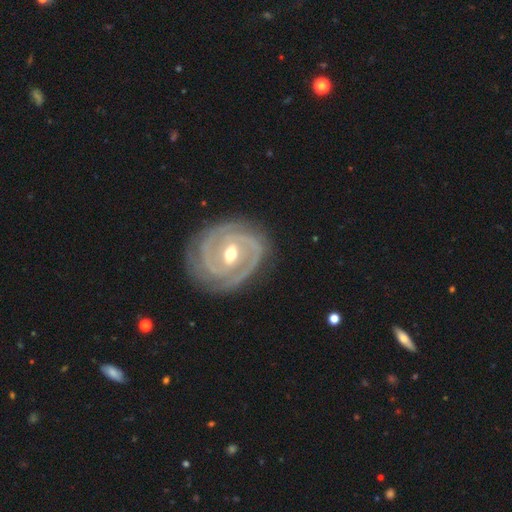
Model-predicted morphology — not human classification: Smooth or featured?
  - featured or disk: 88% *
  - star or artifact: 6%
  - smooth: 6%
Edge-on disk?
  - no: 97% *
  - yes: 3%
Bar?
  - weak: 41% *
  - no: 33%
  - strong: 26%
Spiral arms?
  - yes: 97% *
  - no: 3%
Spiral winding?
  - tight: 75% *
  - medium: 21%
  - loose: 4%
Spiral arm count?
  - 2: 58% *
  - 3: 18%
  - can't tell: 11%
  - 4: 5%
  - 1: 4%
  - more than 4: 4%
Bulge size?
  - moderate: 63% *
  - small: 32%
  - large: 3%
  - dominant: 1%
  - none: 1%
Merging?
  - none: 82% *
  - minor disturbance: 13%
  - major disturbance: 4%
  - merger: 1%